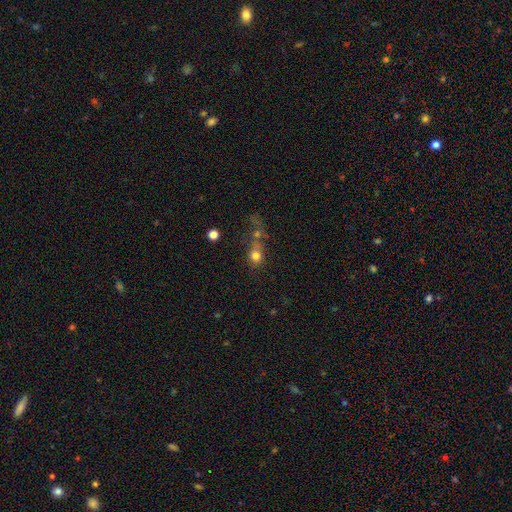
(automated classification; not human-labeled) A smooth galaxy with no disk features (73%) that is round (75%).

Vote fractions:
- Smooth or featured? smooth: 73% / star or artifact: 16% / featured or disk: 11%
- How rounded? round: 75% / in between: 23% / cigar-shaped: 2%
- Merging? none: 43% / merger: 32% / minor disturbance: 13% / major disturbance: 12%